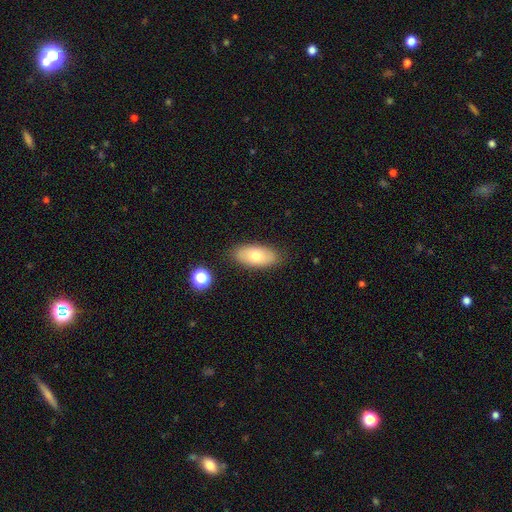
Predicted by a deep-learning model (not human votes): smooth 73%, featured or disk 20%, star or artifact 7%. Down the decision tree: how rounded — in between (91%); merging — none (84%).